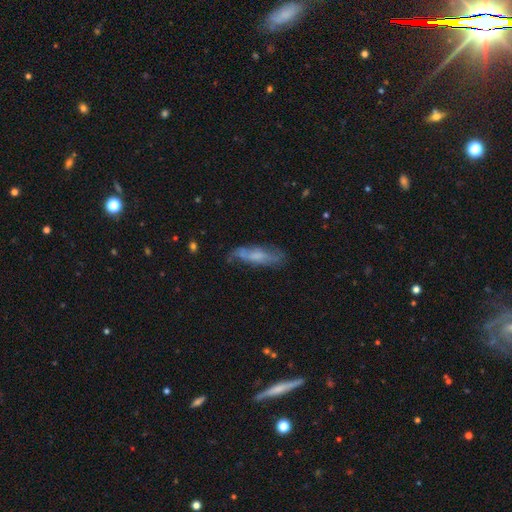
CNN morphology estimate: Smooth or featured? Predicted: featured or disk (p=0.49). Merging? Predicted: none (p=0.59).